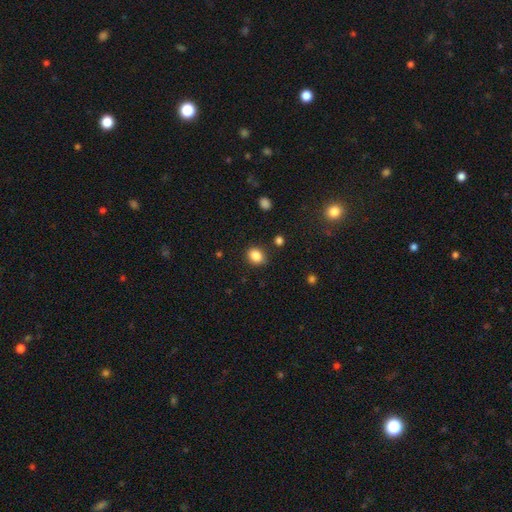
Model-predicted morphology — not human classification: The model was most divided on "how rounded": round: 56%, in between: 43%, cigar-shaped: 1%. More confident: smooth or featured — smooth (86%); merging — none (84%).